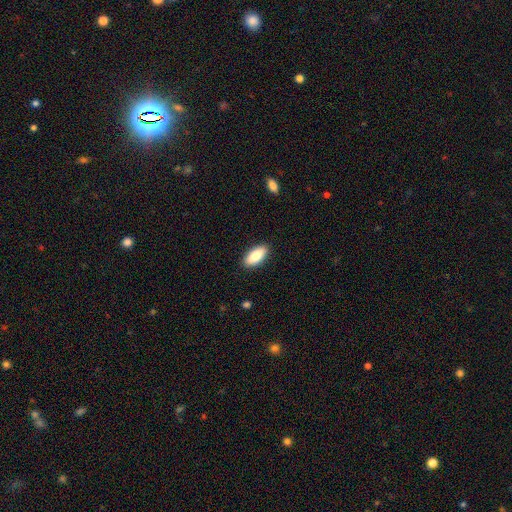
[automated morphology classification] Smooth or featured? smooth (83%)
How rounded? in between (88%)
Merging? none (89%)